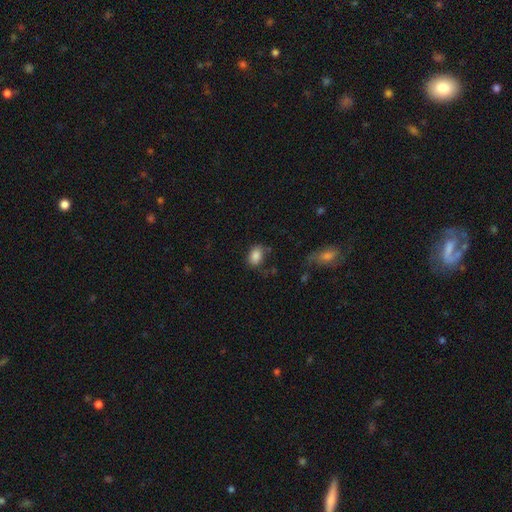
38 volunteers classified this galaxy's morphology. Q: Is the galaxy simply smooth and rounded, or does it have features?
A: smooth — 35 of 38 (92%).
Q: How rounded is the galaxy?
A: in between — 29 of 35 (83%).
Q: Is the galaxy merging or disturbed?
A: none — 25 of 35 (71%).